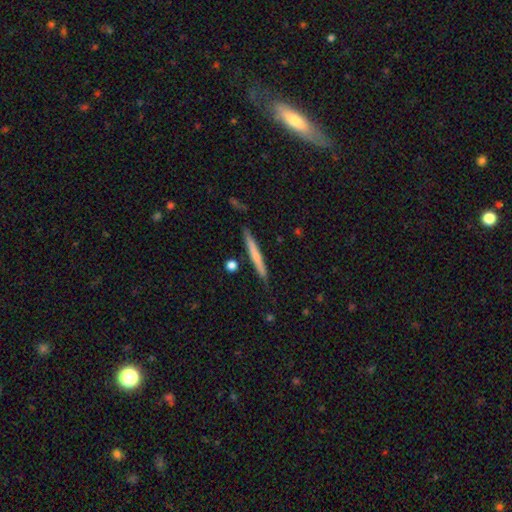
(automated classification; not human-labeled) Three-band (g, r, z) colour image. It shows a smooth galaxy with no disk features (56%) that is cigar-shaped (96%). Merging: none (86%).